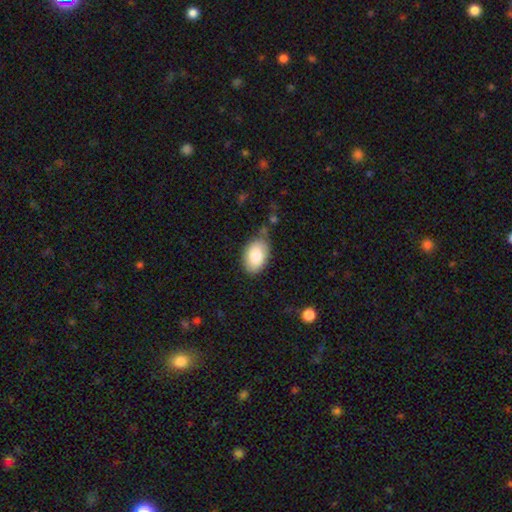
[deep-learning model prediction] smooth-or-featured: smooth: 84% | featured or disk: 9% | star or artifact: 7%
  how-rounded: in between: 91% | round: 8% | cigar-shaped: 1%
  merging: none: 72% | minor disturbance: 20% | major disturbance: 4% | merger: 4%